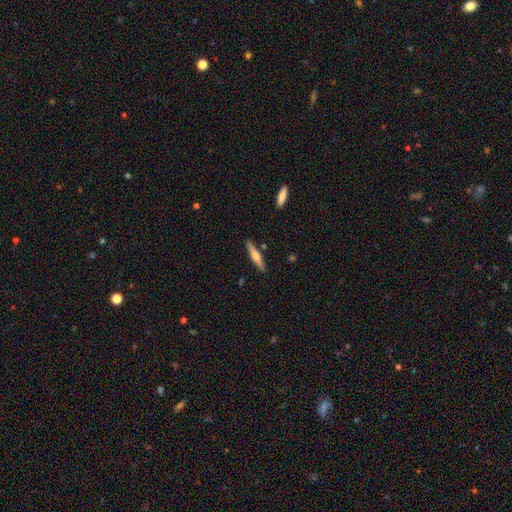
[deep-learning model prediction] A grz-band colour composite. It shows a featured or disk galaxy (54%) viewed edge-on (96%) with a rounded central bulge (84%). Merging: none (87%).